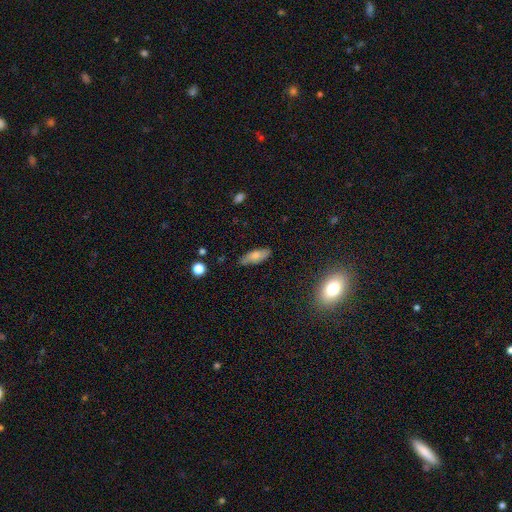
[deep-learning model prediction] Smooth or featured?
  - smooth: 71% *
  - featured or disk: 20%
  - star or artifact: 8%
How rounded?
  - in between: 64% *
  - cigar-shaped: 33%
  - round: 3%
Merging?
  - none: 80% *
  - minor disturbance: 16%
  - major disturbance: 3%
  - merger: 1%